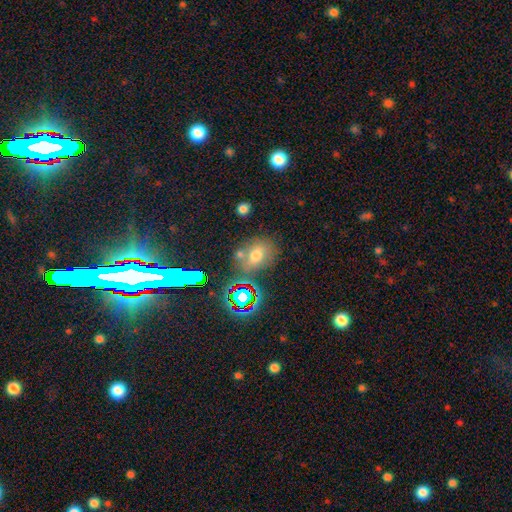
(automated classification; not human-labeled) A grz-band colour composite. It shows a smooth galaxy with no disk features (63%) that is in between round and cigar-shaped (55%). Merging: none (58%).